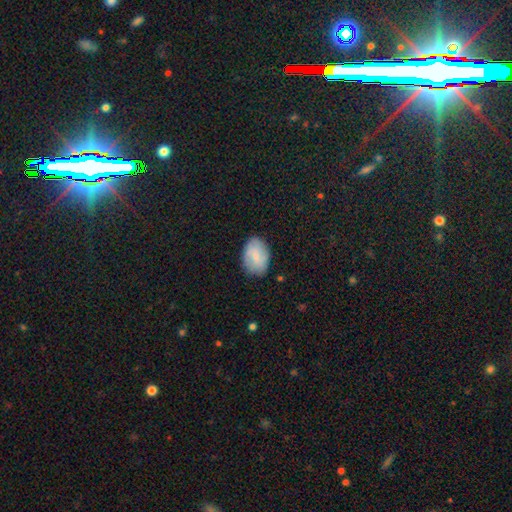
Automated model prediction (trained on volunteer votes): Q: Smooth or featured?
A: smooth (73%); runner-up: featured or disk (21%)
Q: How rounded?
A: in between (84%); runner-up: round (15%)
Q: Merging?
A: none (79%); runner-up: minor disturbance (16%)